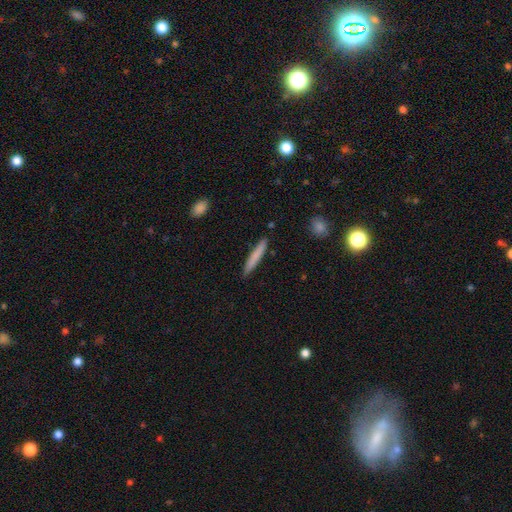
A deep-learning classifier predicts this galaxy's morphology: Smooth or featured? Predicted: smooth (p=0.76). How rounded? Predicted: cigar-shaped (p=0.95). Merging? Predicted: none (p=0.90).